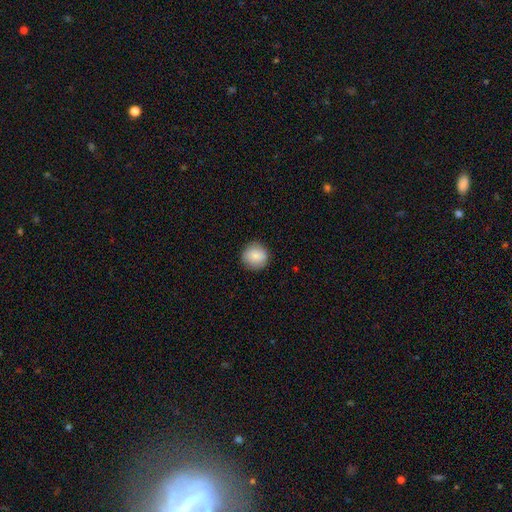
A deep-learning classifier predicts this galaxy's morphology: A smooth galaxy with no disk features (87%) that is round (92%). Merging: none (88%).